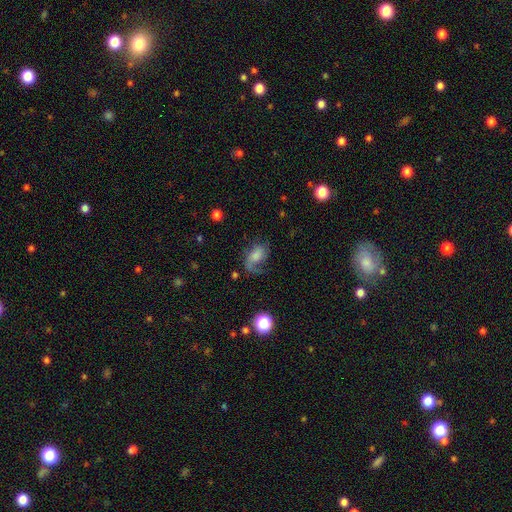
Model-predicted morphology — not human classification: smooth-or-featured: featured or disk: 55% | smooth: 35% | star or artifact: 10%
  disk-edge-on: no: 97% | yes: 3%
    bar: no: 64% | weak: 29% | strong: 7%
    has-spiral-arms: yes: 87% | no: 13%
    bulge-size: none: 27% | moderate: 26% | small: 26% | large: 17% | dominant: 4%
  merging: none: 41% | major disturbance: 35% | minor disturbance: 22% | merger: 3%